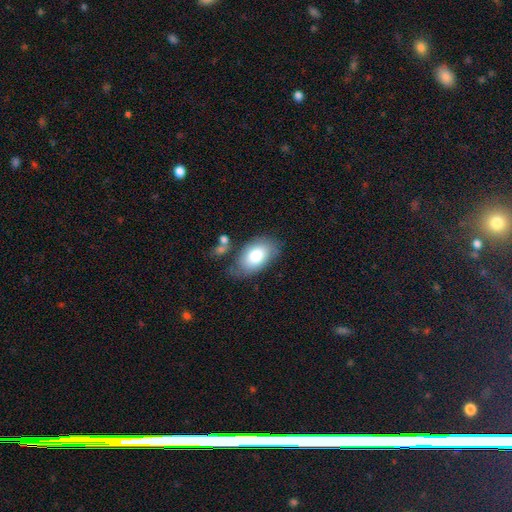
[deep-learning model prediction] The model was most divided on "merging": none: 67%, minor disturbance: 21%, major disturbance: 7%, merger: 5%. More confident: how rounded — in between (92%); smooth or featured — smooth (79%).